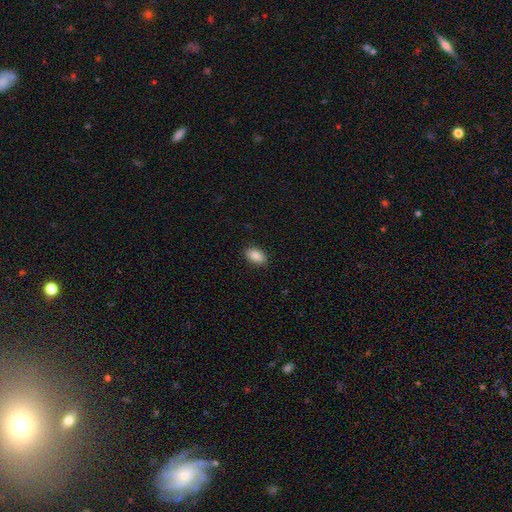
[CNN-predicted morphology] smooth-or-featured: smooth: 89% | star or artifact: 7% | featured or disk: 4%
  how-rounded: in between: 92% | round: 5% | cigar-shaped: 2%
  merging: none: 89% | minor disturbance: 8% | major disturbance: 2% | merger: 1%